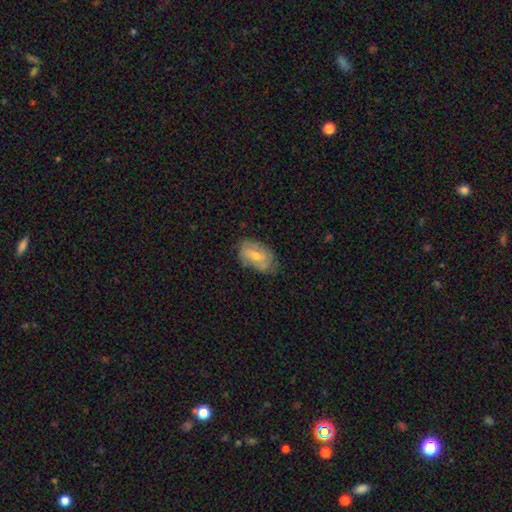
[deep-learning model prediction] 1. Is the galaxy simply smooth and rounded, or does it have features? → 49% smooth, 42% featured or disk, 9% star or artifact.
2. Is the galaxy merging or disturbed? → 64% none, 26% minor disturbance, 7% major disturbance, 2% merger.